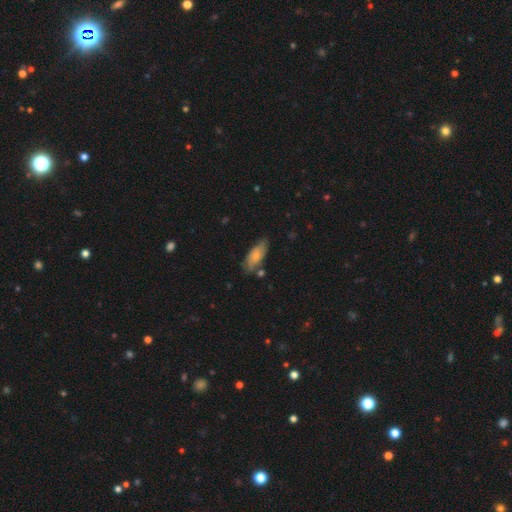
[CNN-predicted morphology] Q: Smooth or featured?
A: smooth (68%); runner-up: featured or disk (26%)
Q: How rounded?
A: in between (79%); runner-up: cigar-shaped (19%)
Q: Merging?
A: none (66%); runner-up: minor disturbance (23%)